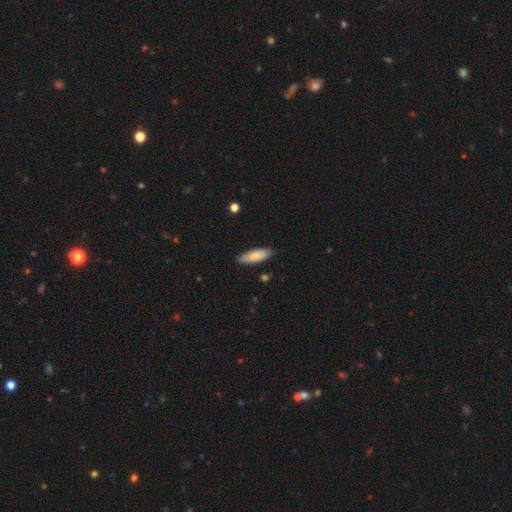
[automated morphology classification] This is clearly a smooth galaxy (82%). How rounded: possibly in between (59%). Merging: clearly none (84%).